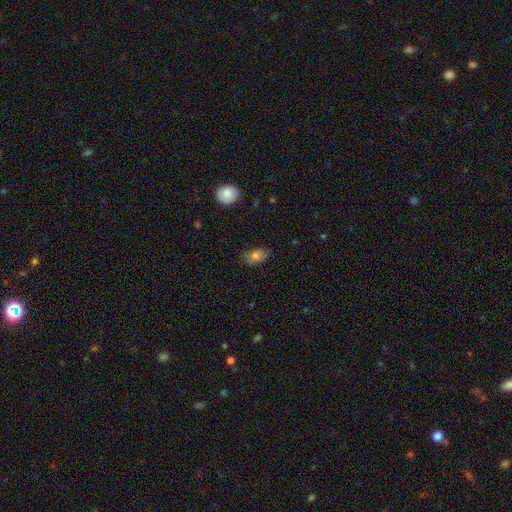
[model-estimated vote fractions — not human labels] Smooth or featured? smooth (78%)
How rounded? in between (89%)
Merging? none (79%)